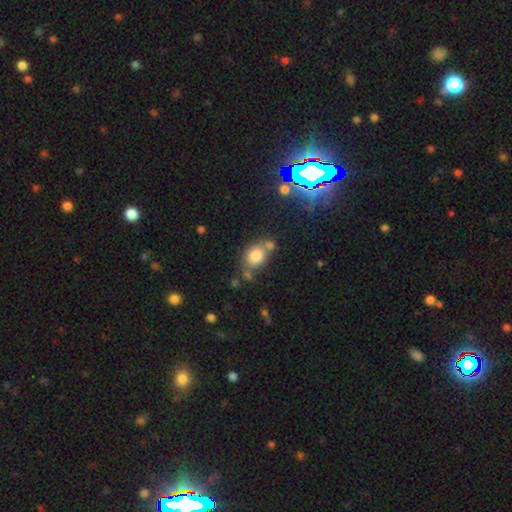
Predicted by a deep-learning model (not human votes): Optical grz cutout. It shows a smooth galaxy with no disk features (79%) that is in between round and cigar-shaped (53%). Merging: none (54%).